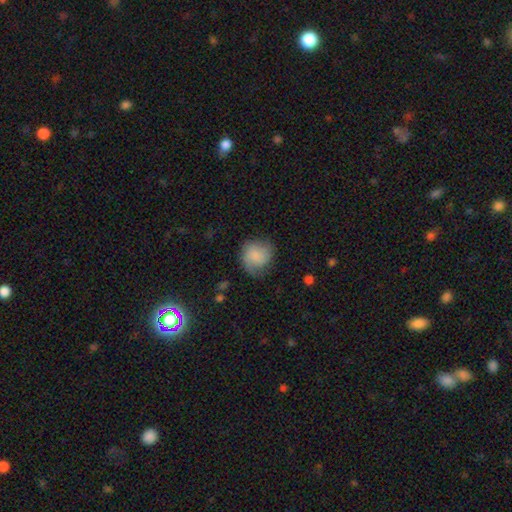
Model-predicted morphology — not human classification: This is likely a smooth galaxy (67%). How rounded: clearly round (81%). Merging: possibly none (59%).